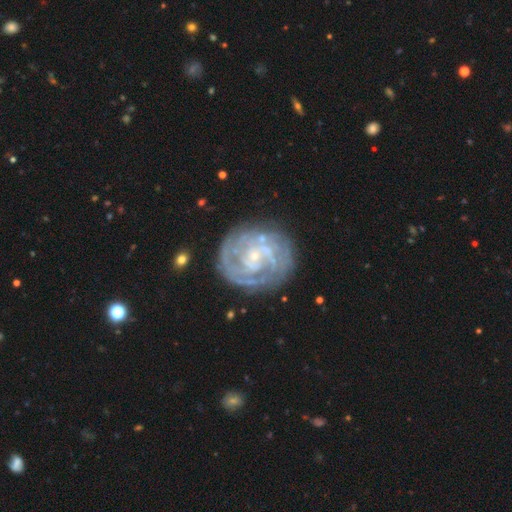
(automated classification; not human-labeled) Q: Smooth or featured?
A: featured or disk (83%); runner-up: smooth (11%)
Q: Edge-on disk?
A: no (98%); runner-up: yes (2%)
Q: Bar?
A: no (67%); runner-up: weak (25%)
Q: Spiral arms?
A: yes (87%); runner-up: no (13%)
Q: Spiral winding?
A: tight (70%); runner-up: medium (23%)
Q: Spiral arm count?
A: can't tell (37%); runner-up: 2 (26%)
Q: Bulge size?
A: small (79%); runner-up: moderate (12%)
Q: Merging?
A: none (73%); runner-up: minor disturbance (16%)